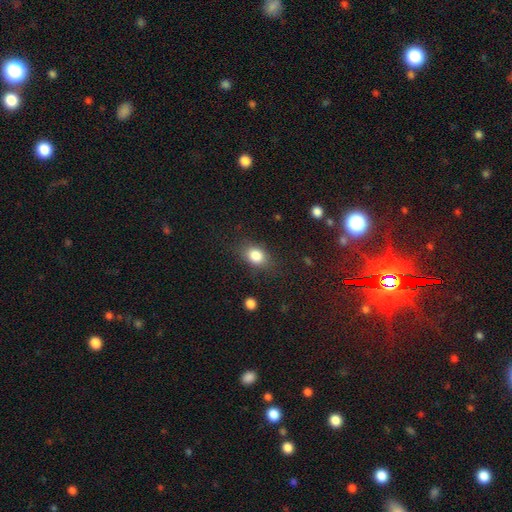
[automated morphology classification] Smooth or featured?
  - smooth: 84% *
  - star or artifact: 9%
  - featured or disk: 7%
How rounded?
  - in between: 67% *
  - round: 31%
  - cigar-shaped: 2%
Merging?
  - none: 75% *
  - minor disturbance: 17%
  - major disturbance: 6%
  - merger: 2%